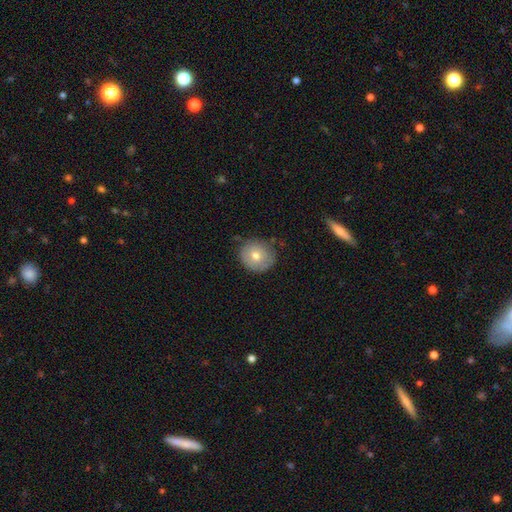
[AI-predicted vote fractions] Smooth or featured?
  - smooth: 71% *
  - featured or disk: 20%
  - star or artifact: 9%
How rounded?
  - round: 89% *
  - in between: 10%
  - cigar-shaped: 1%
Merging?
  - none: 81% *
  - minor disturbance: 14%
  - major disturbance: 3%
  - merger: 2%